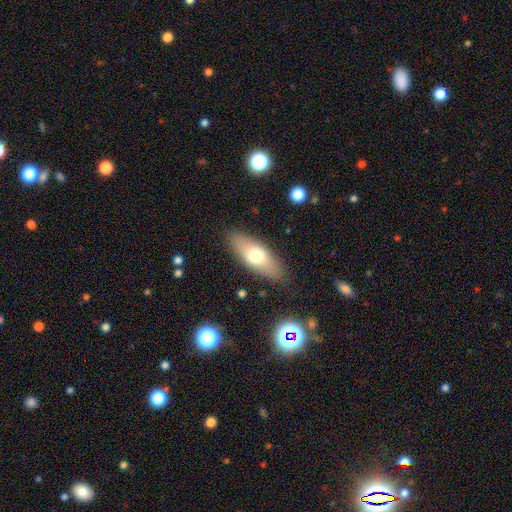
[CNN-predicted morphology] Smooth or featured: smooth — 68% (featured or disk — 25%)
How rounded: in between — 75% (cigar-shaped — 22%)
Merging: none — 85% (minor disturbance — 11%)